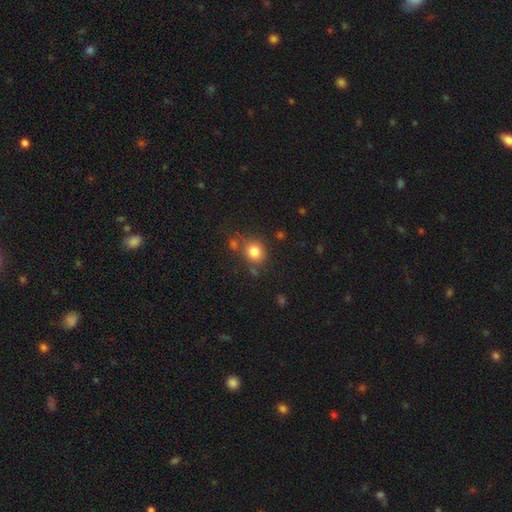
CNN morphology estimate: smooth 82%, star or artifact 11%, featured or disk 7%. Down the decision tree: how rounded — round (75%); merging — none (72%).